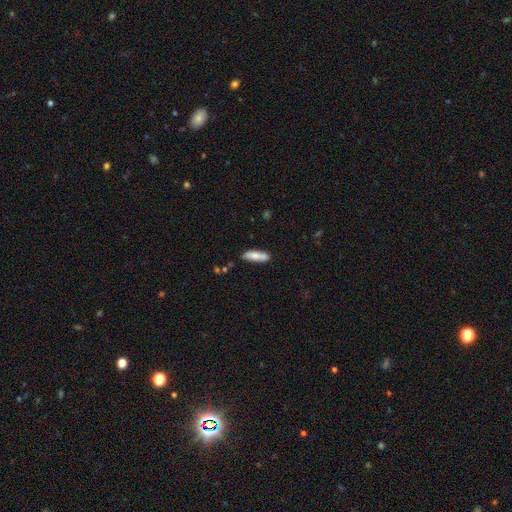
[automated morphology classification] smooth_or_featured: smooth (p=0.74) [alt: featured or disk p=0.20]
how_rounded: cigar-shaped (p=0.54) [alt: in between p=0.44]
merging: none (p=0.78) [alt: minor disturbance p=0.14]